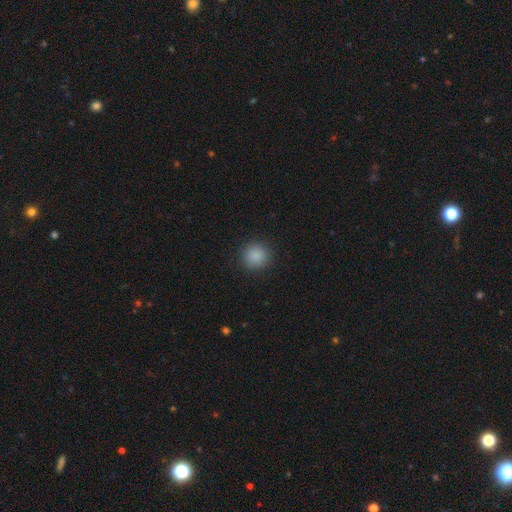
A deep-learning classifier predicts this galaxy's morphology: This appears to be a smooth galaxy with no disk features (87%) that is round (92%). Merging: none (91%).